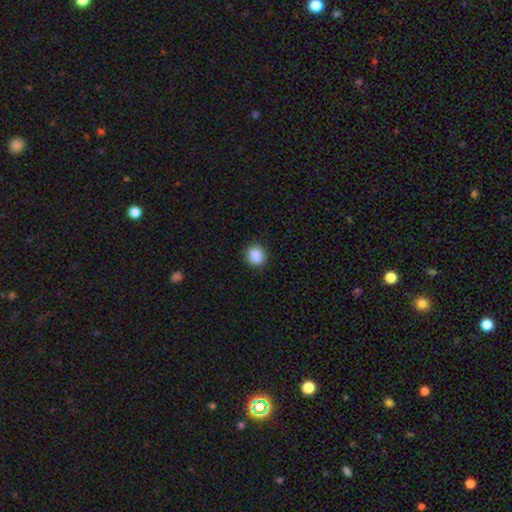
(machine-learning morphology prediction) A smooth galaxy with no disk features (87%) that is round (64%).

Vote fractions:
- Smooth or featured? smooth: 87% / star or artifact: 9% / featured or disk: 4%
- How rounded? round: 64% / in between: 35% / cigar-shaped: 1%
- Merging? none: 87% / minor disturbance: 9% / major disturbance: 2% / merger: 1%